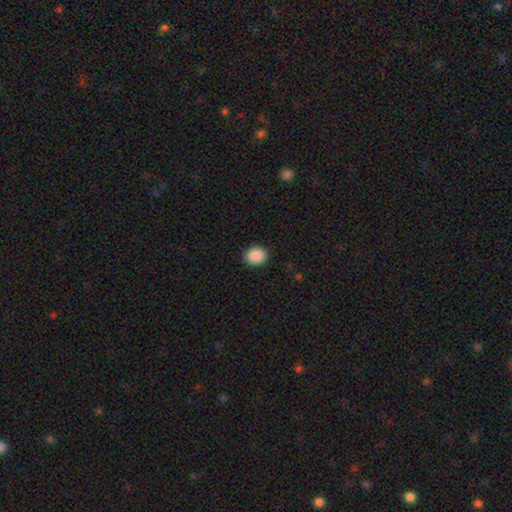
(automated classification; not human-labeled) smooth_or_featured: smooth (p=0.90) [alt: star or artifact p=0.08]
how_rounded: round (p=0.64) [alt: in between p=0.36]
merging: none (p=0.90) [alt: minor disturbance p=0.07]